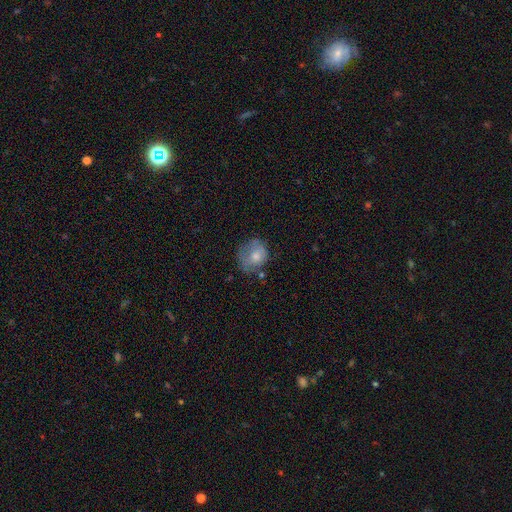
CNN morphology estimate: A smooth galaxy with no disk features (66%) that is round (67%).

Vote fractions:
- Smooth or featured? smooth: 66% / featured or disk: 26% / star or artifact: 8%
- How rounded? round: 67% / in between: 32% / cigar-shaped: 1%
- Merging? none: 45% / minor disturbance: 31% / major disturbance: 19% / merger: 5%